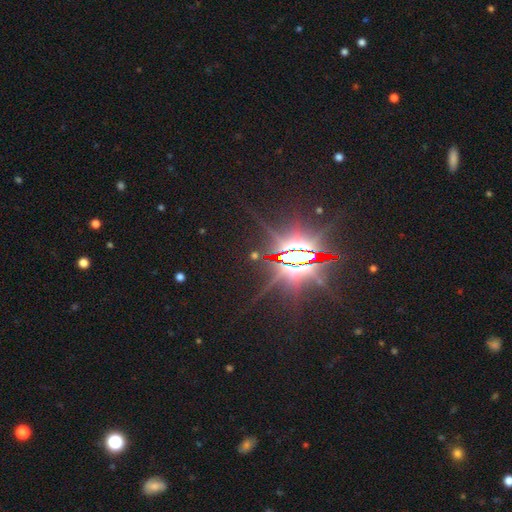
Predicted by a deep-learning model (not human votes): The model was most divided on "smooth or featured": star or artifact: 82%, featured or disk: 12%, smooth: 6%.